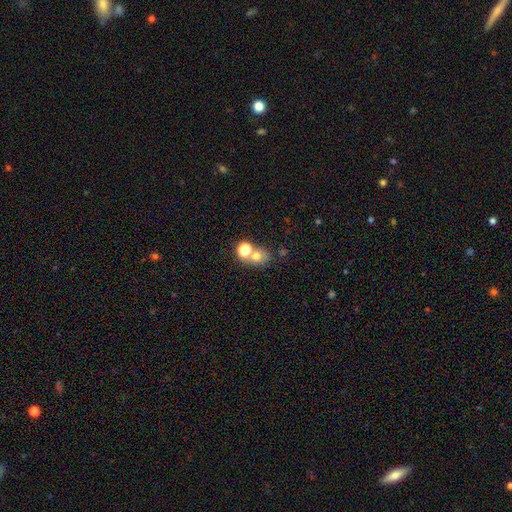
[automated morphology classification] A smooth galaxy with no disk features (65%) that is round (63%). Merging: none (45%).